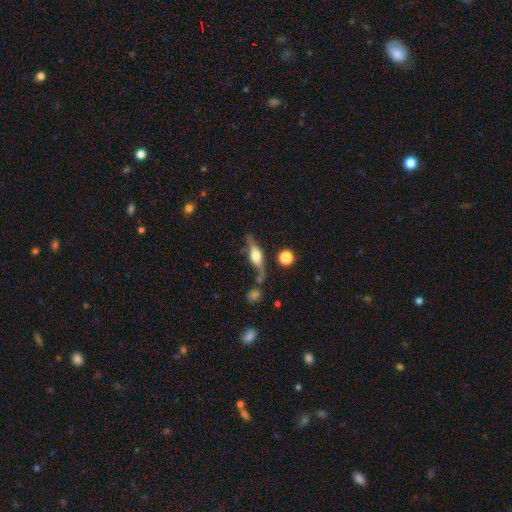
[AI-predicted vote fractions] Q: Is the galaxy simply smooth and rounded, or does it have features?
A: featured or disk — 64%.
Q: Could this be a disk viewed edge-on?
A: yes — 87%.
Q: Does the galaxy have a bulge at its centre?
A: rounded — 89%.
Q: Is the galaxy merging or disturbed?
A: none — 62%.